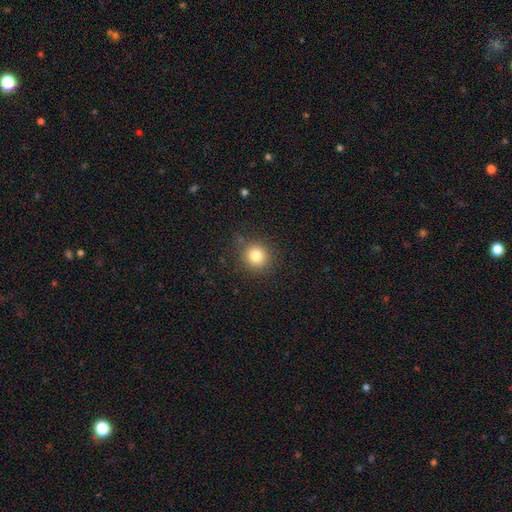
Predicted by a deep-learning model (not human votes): smooth_or_featured: smooth (p=0.81) [alt: star or artifact p=0.12]
how_rounded: round (p=0.91) [alt: in between p=0.08]
merging: none (p=0.86) [alt: minor disturbance p=0.10]